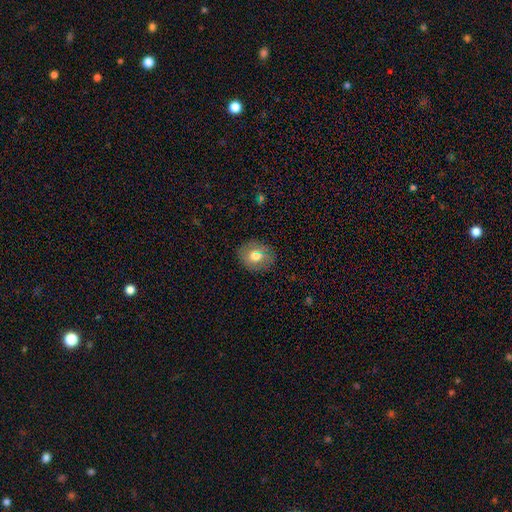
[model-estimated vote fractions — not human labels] Q: Smooth or featured?
A: smooth (72%); runner-up: featured or disk (19%)
Q: How rounded?
A: round (61%); runner-up: in between (38%)
Q: Merging?
A: none (86%); runner-up: minor disturbance (10%)